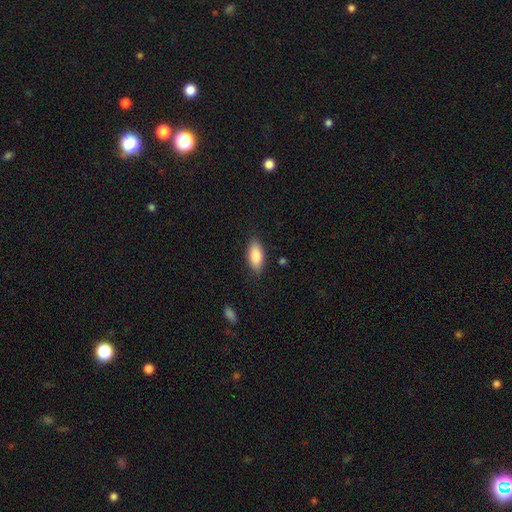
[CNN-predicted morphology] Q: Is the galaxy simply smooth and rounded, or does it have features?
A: smooth — 87%.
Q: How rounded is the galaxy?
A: in between — 88%.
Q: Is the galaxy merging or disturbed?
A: none — 84%.